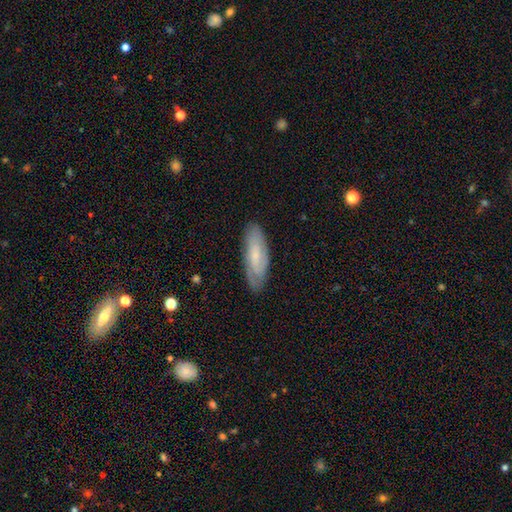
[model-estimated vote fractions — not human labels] A smooth galaxy with no disk features (49%).

Vote fractions:
- Smooth or featured? smooth: 49% / featured or disk: 44% / star or artifact: 7%
- Merging? none: 78% / minor disturbance: 17% / major disturbance: 4% / merger: 1%